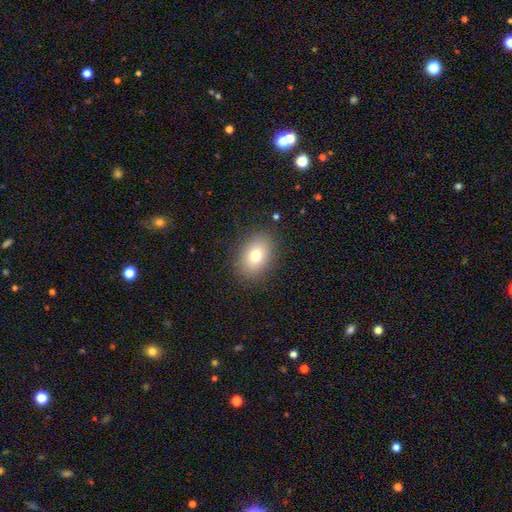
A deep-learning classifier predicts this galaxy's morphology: type=smooth (76%); roundness=in between (75%); merging=none (87%).